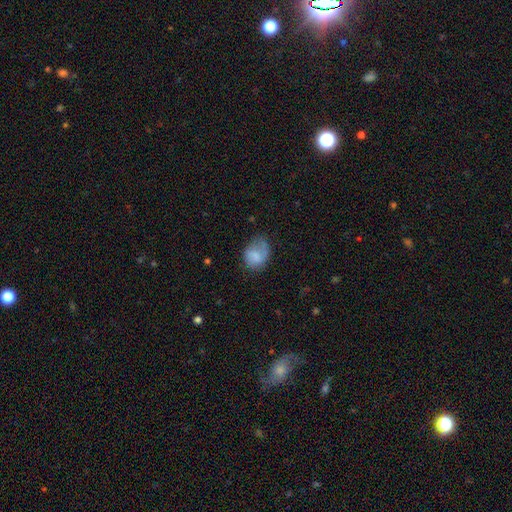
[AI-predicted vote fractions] smooth-or-featured: smooth: 68% | featured or disk: 23% | star or artifact: 8%
  how-rounded: in between: 58% | round: 41% | cigar-shaped: 1%
  merging: none: 42% | minor disturbance: 34% | major disturbance: 22% | merger: 2%